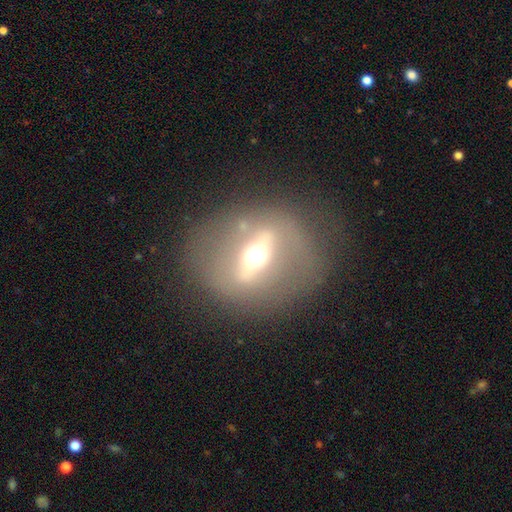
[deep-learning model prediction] Smooth or featured?
  - featured or disk: 74% *
  - smooth: 17%
  - star or artifact: 9%
Edge-on disk?
  - no: 57% *
  - yes: 43%
Merging?
  - none: 77% *
  - minor disturbance: 12%
  - major disturbance: 9%
  - merger: 2%